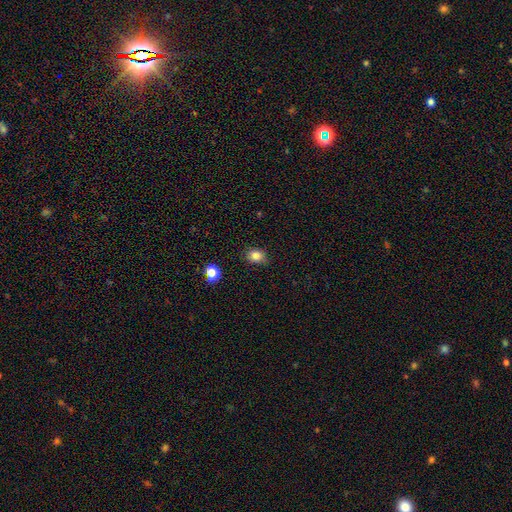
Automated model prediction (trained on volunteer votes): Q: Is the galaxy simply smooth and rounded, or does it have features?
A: smooth — 83%.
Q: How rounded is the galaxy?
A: round — 50%.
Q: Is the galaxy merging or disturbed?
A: none — 80%.